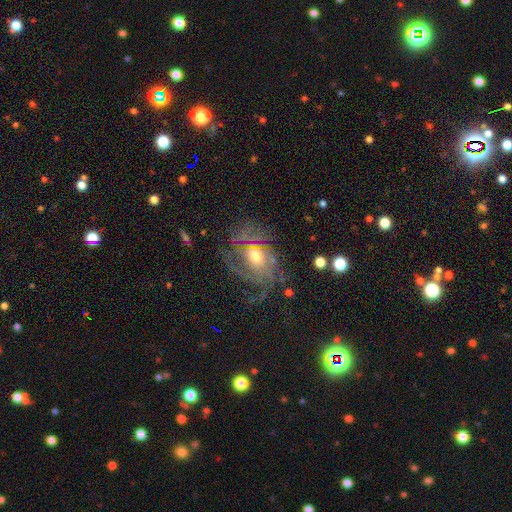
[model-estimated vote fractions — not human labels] Smooth or featured? Predicted: featured or disk (p=0.75). Edge-on disk? Predicted: no (p=0.96). Bar? Predicted: no (p=0.77). Spiral arms? Predicted: yes (p=0.84). Spiral winding? Predicted: tight (p=0.41). Spiral arm count? Predicted: can't tell (p=0.39). Bulge size? Predicted: moderate (p=0.64). Merging? Predicted: none (p=0.54).